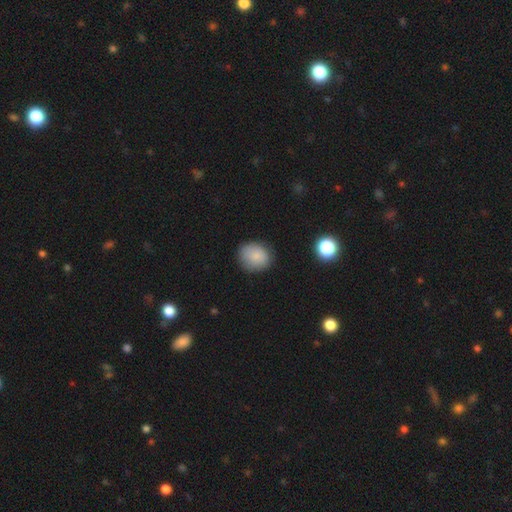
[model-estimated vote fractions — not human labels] Morphology: type=smooth (83%); roundness=round (69%); merging=none (80%).